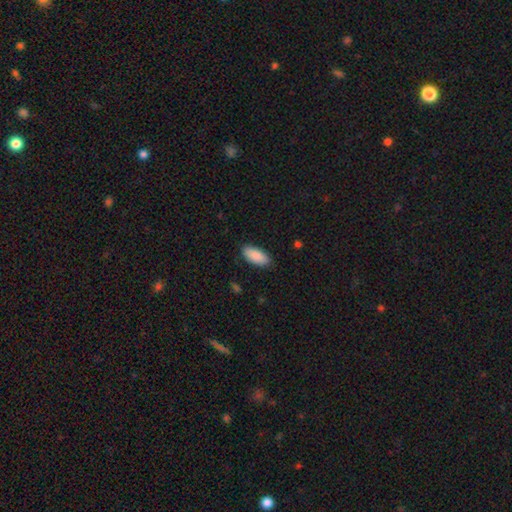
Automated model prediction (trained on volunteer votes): smooth_or_featured: smooth (p=0.90) [alt: star or artifact p=0.06]
how_rounded: in between (p=0.89) [alt: cigar-shaped p=0.10]
merging: none (p=0.86) [alt: minor disturbance p=0.11]